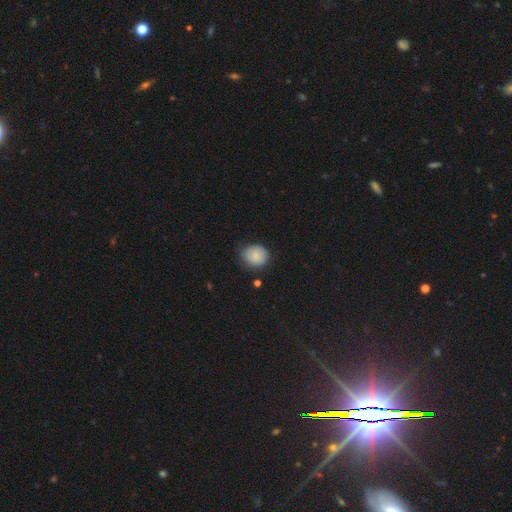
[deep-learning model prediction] Morphology: type=smooth (83%); roundness=round (71%); merging=none (66%).